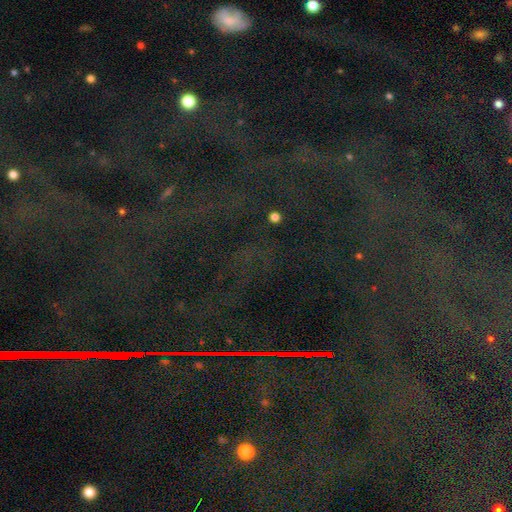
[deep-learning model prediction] Smooth or featured? star or artifact (84%)